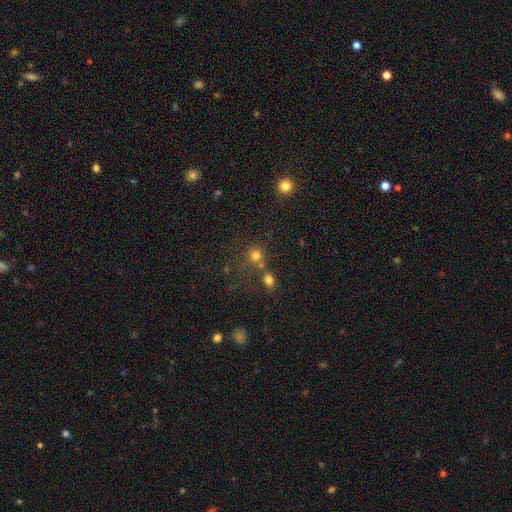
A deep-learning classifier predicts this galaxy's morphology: A smooth galaxy with no disk features (73%) that is round (86%).

Vote fractions:
- Smooth or featured? smooth: 73% / star or artifact: 18% / featured or disk: 8%
- How rounded? round: 86% / in between: 13% / cigar-shaped: 1%
- Merging? none: 60% / merger: 26% / minor disturbance: 9% / major disturbance: 5%